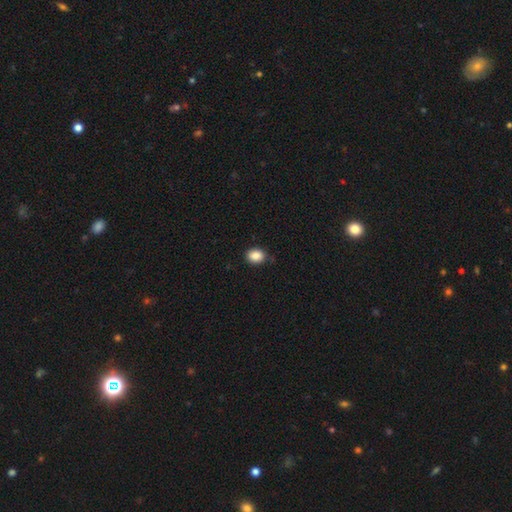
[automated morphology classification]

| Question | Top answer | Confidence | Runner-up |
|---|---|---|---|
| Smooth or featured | smooth | 88% | star or artifact (9%) |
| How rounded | in between | 53% | round (46%) |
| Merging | none | 81% | minor disturbance (15%) |